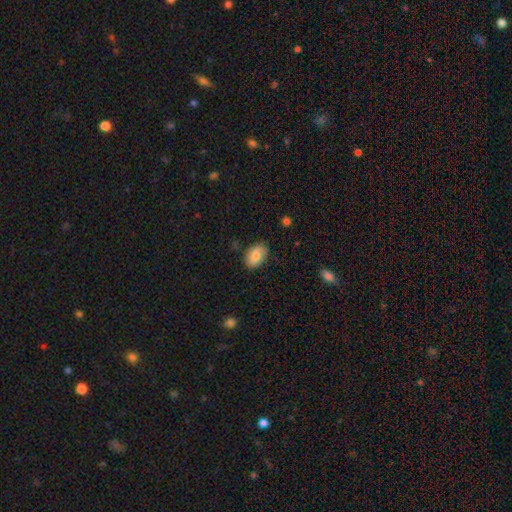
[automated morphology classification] Smooth or featured: smooth — 75% (featured or disk — 17%)
How rounded: in between — 88% (round — 11%)
Merging: none — 79% (minor disturbance — 16%)